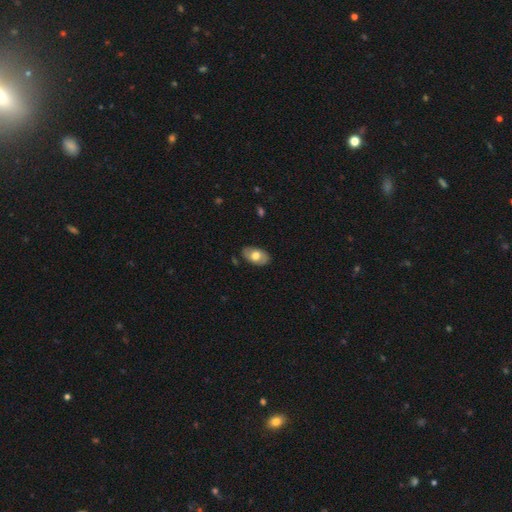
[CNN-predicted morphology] Q: Smooth or featured?
A: smooth (60%); runner-up: featured or disk (34%)
Q: How rounded?
A: in between (92%); runner-up: round (6%)
Q: Merging?
A: none (83%); runner-up: minor disturbance (13%)